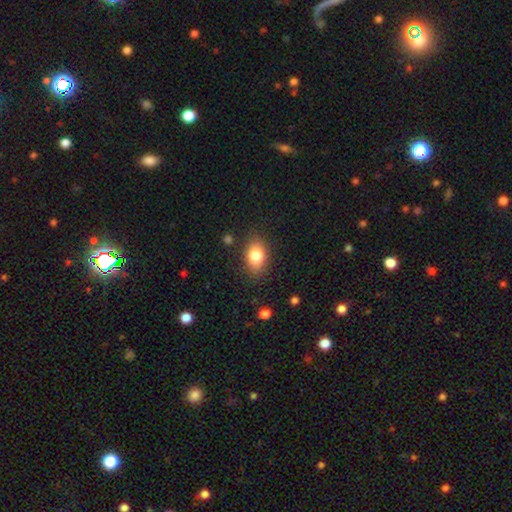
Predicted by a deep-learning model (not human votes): This appears to be a smooth galaxy with no disk features (82%) that is in between round and cigar-shaped (82%). Merging: none (83%).